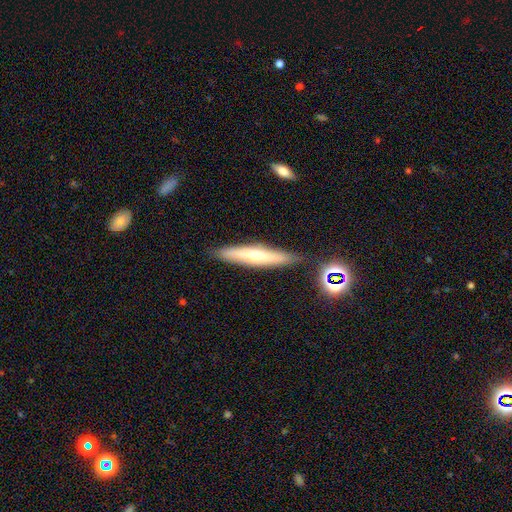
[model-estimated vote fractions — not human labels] Overall: featured or disk (47%; smooth 46%). Merging: none (84%).